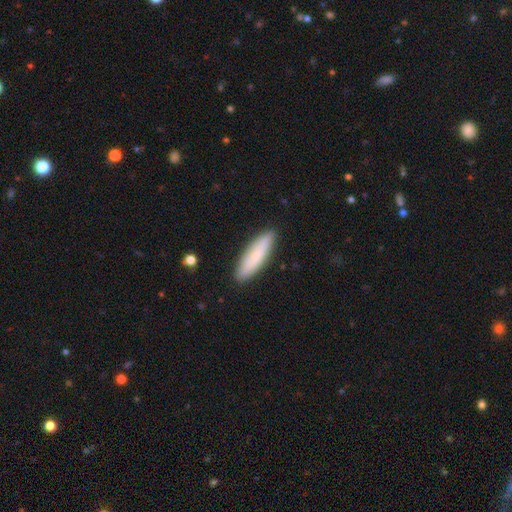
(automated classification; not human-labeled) A smooth galaxy with no disk features (73%) that is cigar-shaped (65%).

Vote fractions:
- Smooth or featured? smooth: 73% / featured or disk: 21% / star or artifact: 6%
- How rounded? cigar-shaped: 65% / in between: 33% / round: 2%
- Merging? none: 89% / minor disturbance: 8% / major disturbance: 2% / merger: 1%